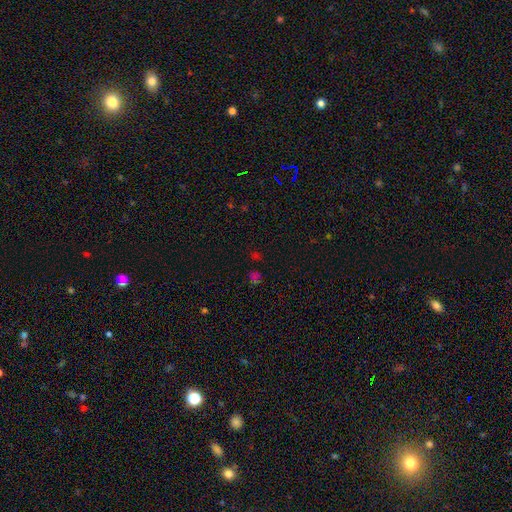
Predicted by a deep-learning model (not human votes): A star or artifact, not a galaxy (54%).

Vote fractions:
- Smooth or featured? star or artifact: 54% / smooth: 39% / featured or disk: 7%